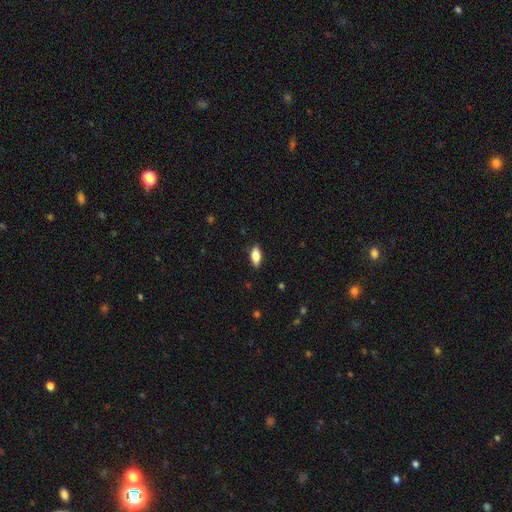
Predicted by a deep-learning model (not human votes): Smooth or featured: smooth — 78% (featured or disk — 15%)
How rounded: in between — 83% (cigar-shaped — 14%)
Merging: none — 86% (minor disturbance — 11%)